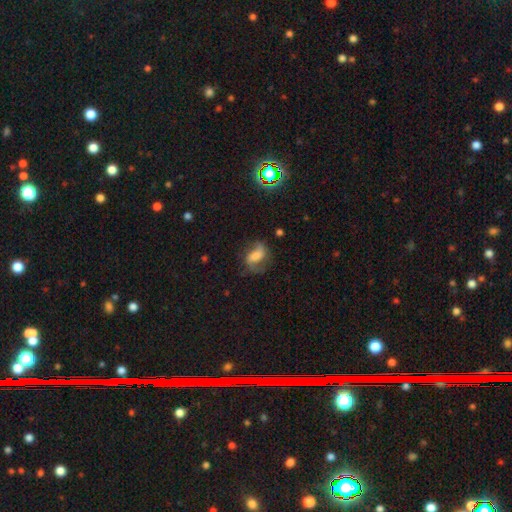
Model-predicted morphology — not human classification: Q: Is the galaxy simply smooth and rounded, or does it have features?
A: featured or disk — 52%.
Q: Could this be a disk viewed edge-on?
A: no — 95%.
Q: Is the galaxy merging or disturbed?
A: none — 59%.